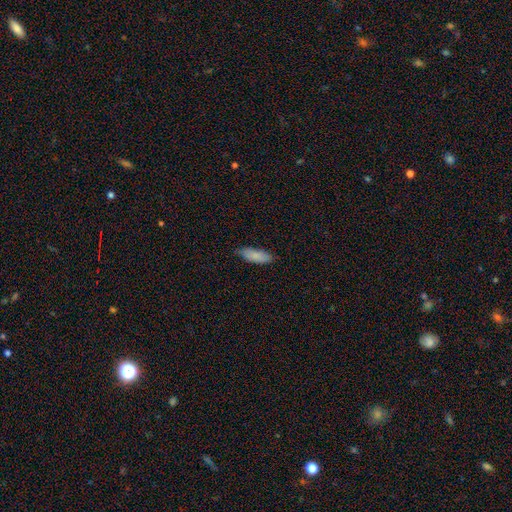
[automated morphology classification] Overall: smooth (86%). How rounded: in between (65%; cigar-shaped 33%). Merging: none (81%).